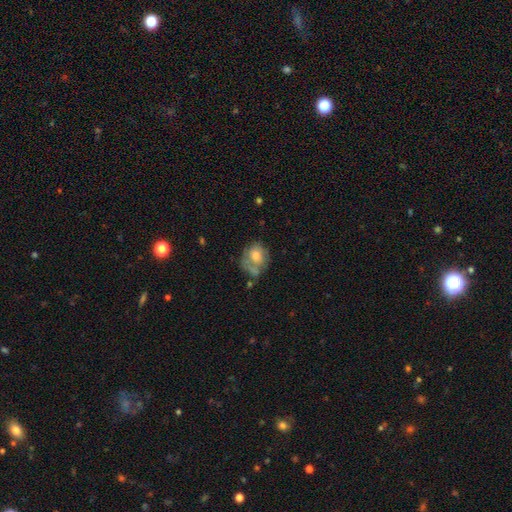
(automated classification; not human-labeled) Smooth or featured?
  - smooth: 57% *
  - featured or disk: 33%
  - star or artifact: 9%
How rounded?
  - round: 56% *
  - in between: 43%
  - cigar-shaped: 1%
Merging?
  - none: 40% *
  - minor disturbance: 28%
  - major disturbance: 19%
  - merger: 13%